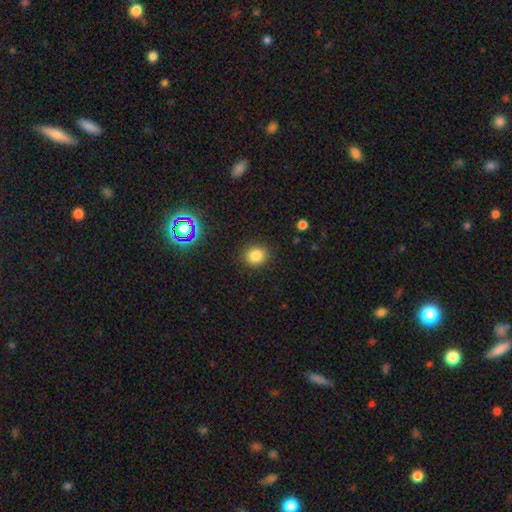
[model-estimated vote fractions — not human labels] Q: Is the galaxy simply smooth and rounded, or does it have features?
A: smooth — 82%.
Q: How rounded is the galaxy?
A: round — 77%.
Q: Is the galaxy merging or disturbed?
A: none — 88%.